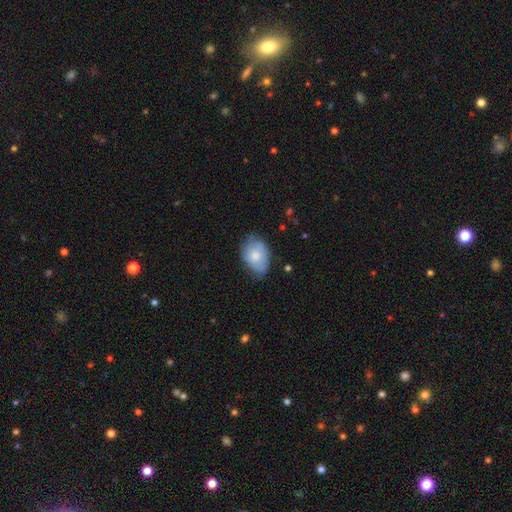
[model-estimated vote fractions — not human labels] Smooth or featured?
  - smooth: 71% *
  - featured or disk: 22%
  - star or artifact: 6%
How rounded?
  - in between: 82% *
  - round: 16%
  - cigar-shaped: 1%
Merging?
  - none: 58% *
  - minor disturbance: 33%
  - major disturbance: 7%
  - merger: 2%